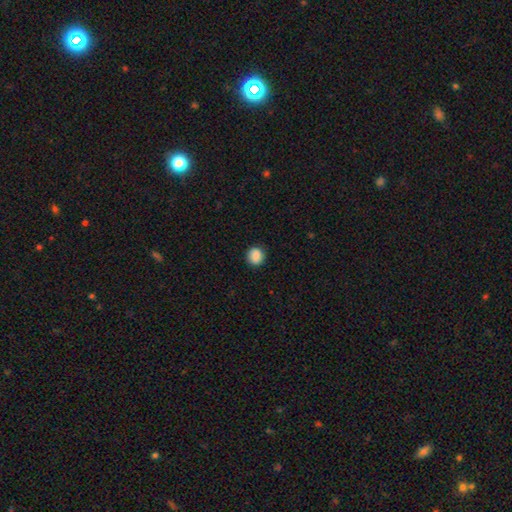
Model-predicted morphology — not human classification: This is clearly a smooth galaxy (87%). How rounded: clearly round (87%). Merging: clearly none (90%).